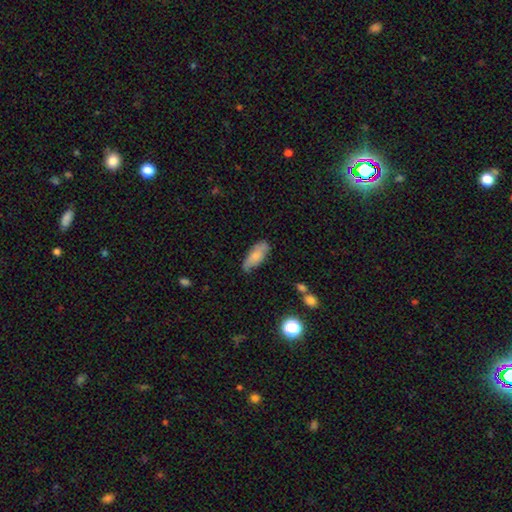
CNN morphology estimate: type=smooth (73%); roundness=in between (78%); merging=none (64%).